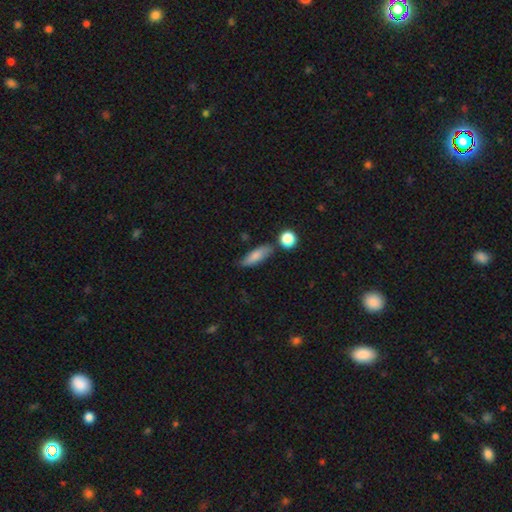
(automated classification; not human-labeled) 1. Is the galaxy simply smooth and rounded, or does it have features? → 79% smooth, 14% featured or disk, 8% star or artifact.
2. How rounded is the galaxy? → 58% in between, 38% cigar-shaped, 4% round.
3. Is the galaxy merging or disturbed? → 70% none, 18% minor disturbance, 7% merger, 4% major disturbance.